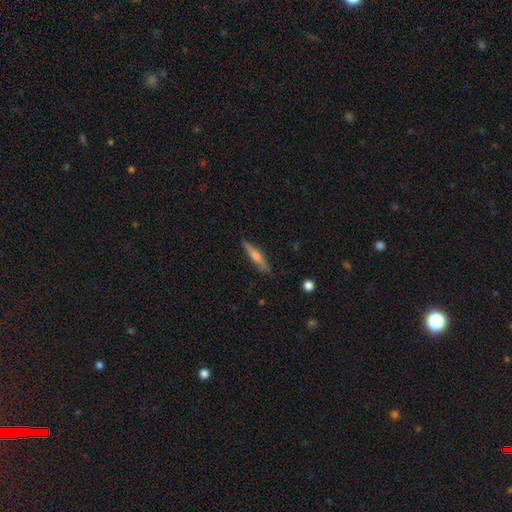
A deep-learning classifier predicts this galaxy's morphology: This appears to be a featured or disk galaxy (53%) viewed edge-on (95%) with a rounded central bulge (75%). Merging: none (88%).